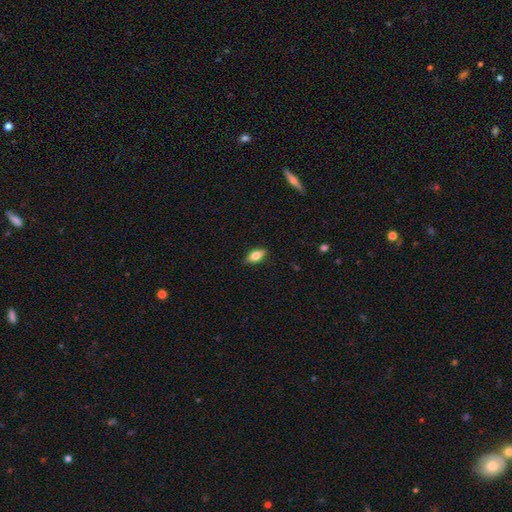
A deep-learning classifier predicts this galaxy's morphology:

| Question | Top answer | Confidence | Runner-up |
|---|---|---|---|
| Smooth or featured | smooth | 69% | featured or disk (23%) |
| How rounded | in between | 80% | cigar-shaped (16%) |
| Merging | none | 86% | minor disturbance (11%) |